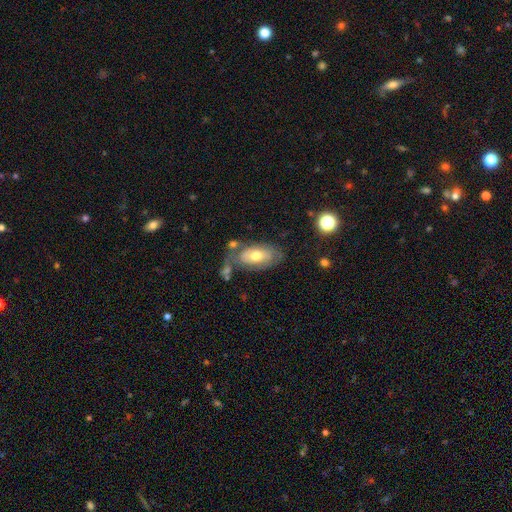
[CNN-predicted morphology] This is possibly a smooth galaxy (51%). How rounded: clearly in between (90%). Merging: possibly none (48%).